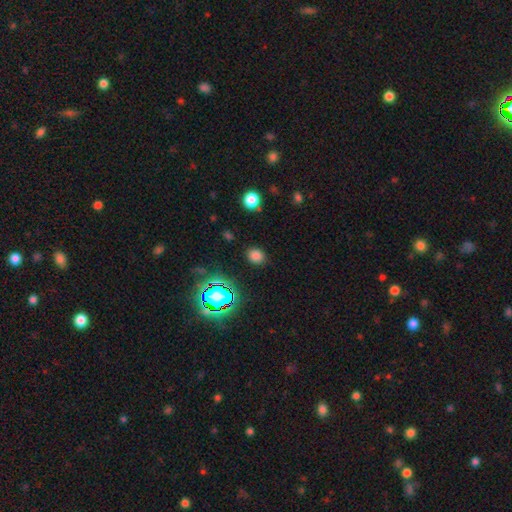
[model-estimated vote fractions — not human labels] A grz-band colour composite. It shows a smooth galaxy with no disk features (72%) that is round (59%). Merging: none (86%).